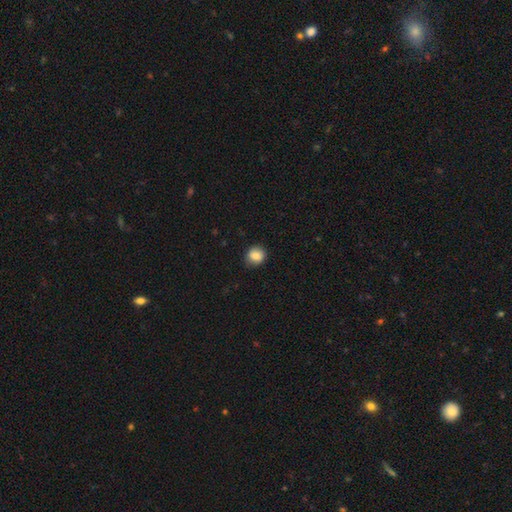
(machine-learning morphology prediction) The model was most divided on "how rounded": round: 81%, in between: 18%, cigar-shaped: 1%. More confident: merging — none (87%); smooth or featured — smooth (85%).